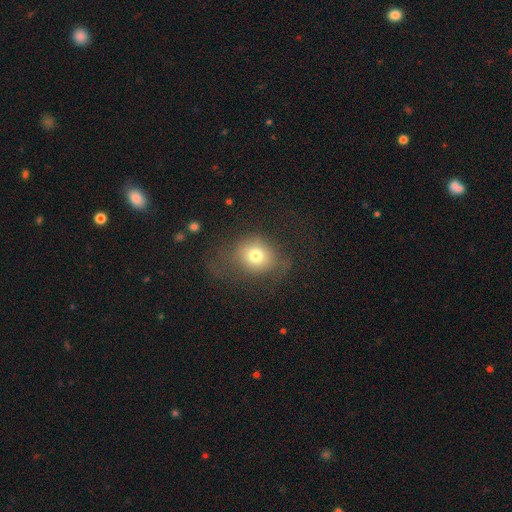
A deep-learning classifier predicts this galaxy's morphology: smooth 73%, featured or disk 15%, star or artifact 13%. Down the decision tree: how rounded — round (67%); merging — none (56%).